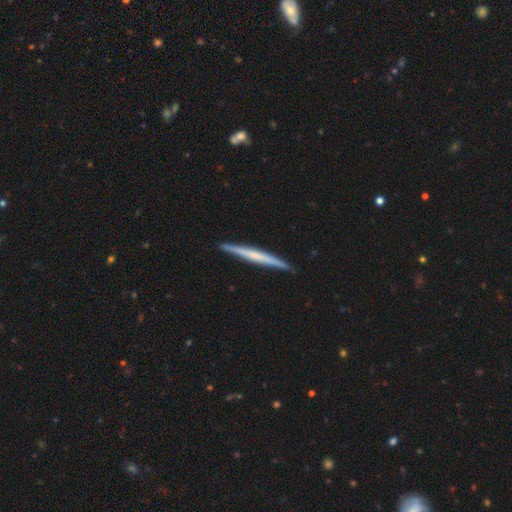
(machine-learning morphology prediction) Q: Smooth or featured?
A: featured or disk (55%); runner-up: smooth (40%)
Q: Edge-on disk?
A: yes (98%); runner-up: no (2%)
Q: Edge-on bulge?
A: none (73%); runner-up: rounded (19%)
Q: Merging?
A: none (92%); runner-up: minor disturbance (6%)